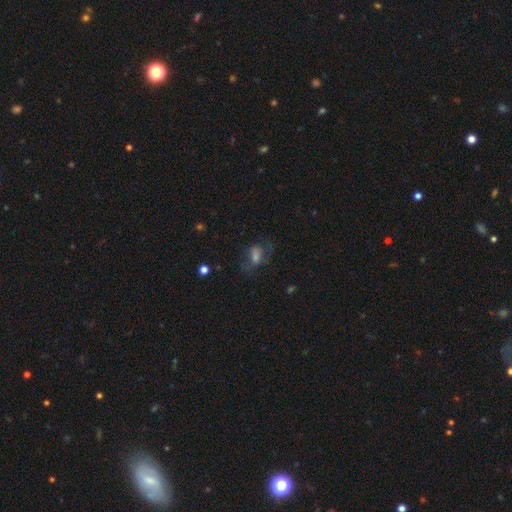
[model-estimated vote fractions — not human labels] Overall: smooth (42%; featured or disk 37%). Merging: none (53%; major disturbance 25%).